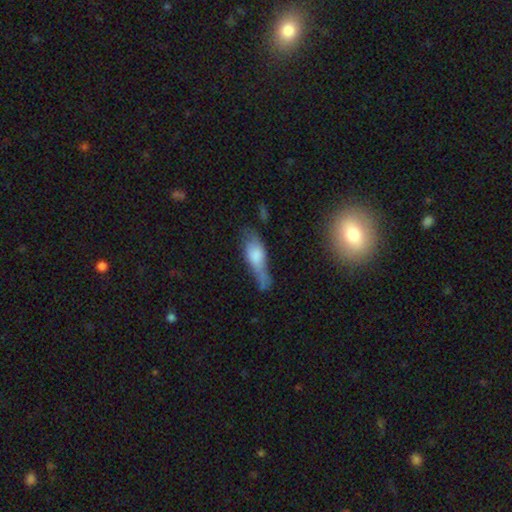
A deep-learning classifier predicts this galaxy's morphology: smooth-or-featured: smooth: 62% | featured or disk: 30% | star or artifact: 8%
  how-rounded: in between: 56% | cigar-shaped: 41% | round: 4%
  merging: minor disturbance: 33% | none: 32% | major disturbance: 26% | merger: 9%